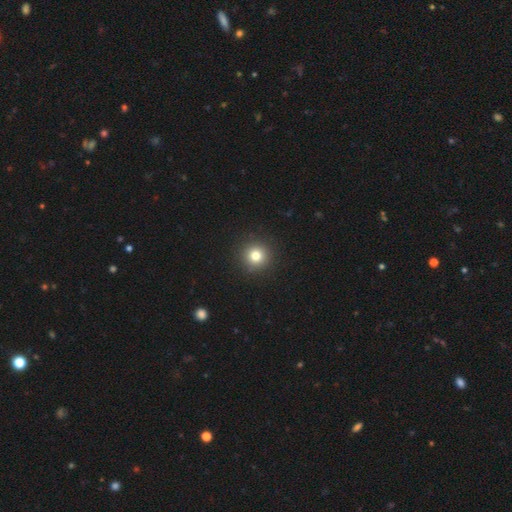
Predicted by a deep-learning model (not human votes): smooth-or-featured: smooth: 79% | star or artifact: 13% | featured or disk: 7%
  how-rounded: round: 95% | in between: 4% | cigar-shaped: 1%
  merging: none: 93% | minor disturbance: 4% | major disturbance: 2% | merger: 1%